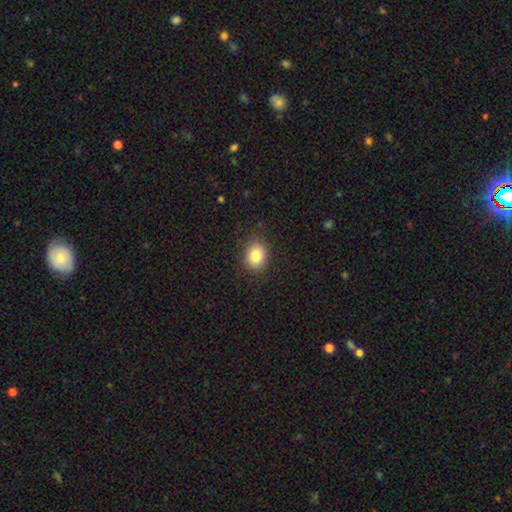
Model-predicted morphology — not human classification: The model was most divided on "how rounded": round: 56%, in between: 43%, cigar-shaped: 1%. More confident: merging — none (86%); smooth or featured — smooth (83%).